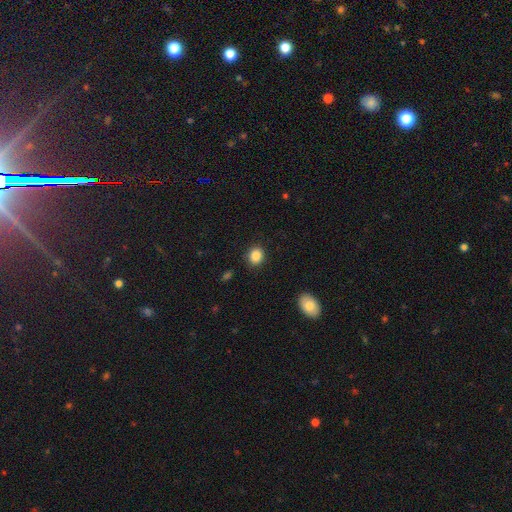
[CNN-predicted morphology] Overall: smooth (87%). How rounded: round (73%). Merging: none (88%).